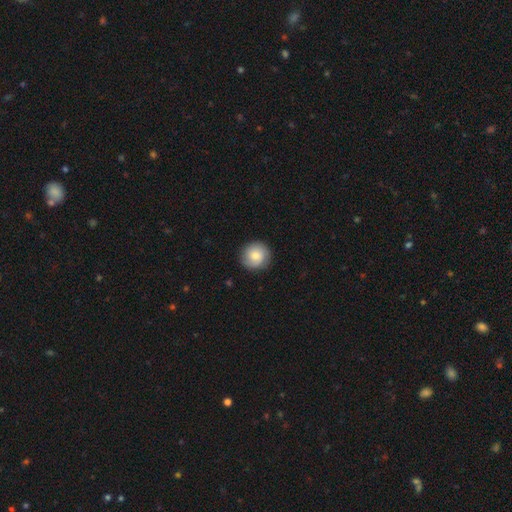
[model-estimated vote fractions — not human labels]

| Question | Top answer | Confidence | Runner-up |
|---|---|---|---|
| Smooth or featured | smooth | 71% | featured or disk (22%) |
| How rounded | round | 93% | in between (6%) |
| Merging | none | 87% | minor disturbance (10%) |